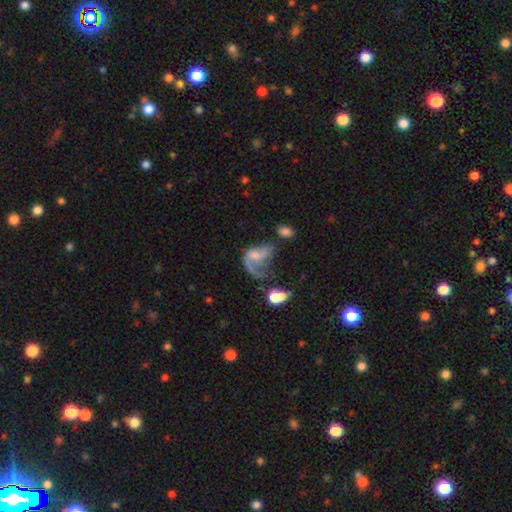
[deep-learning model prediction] featured or disk 60%, smooth 29%, star or artifact 11%. Down the decision tree: edge-on disk — no (97%); bar — no (61%); spiral arms — yes (74%); bulge size — none (38%); merging — major disturbance (48%).